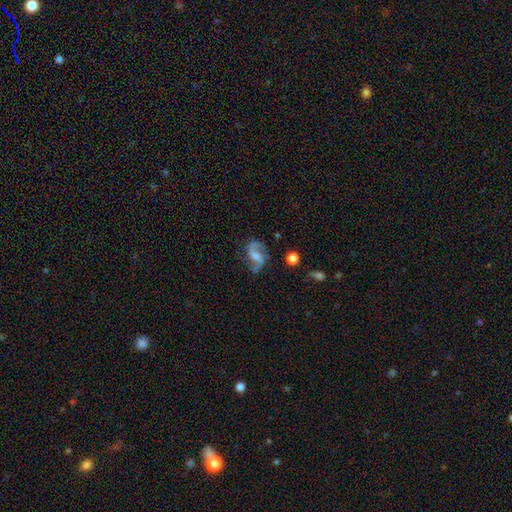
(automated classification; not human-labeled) This appears to be a featured or disk galaxy (82%) with a weak bar (47%), 2 (90%) loose (60%) spiral arms (95%) and a moderate central bulge (36%). Merging: none (66%).